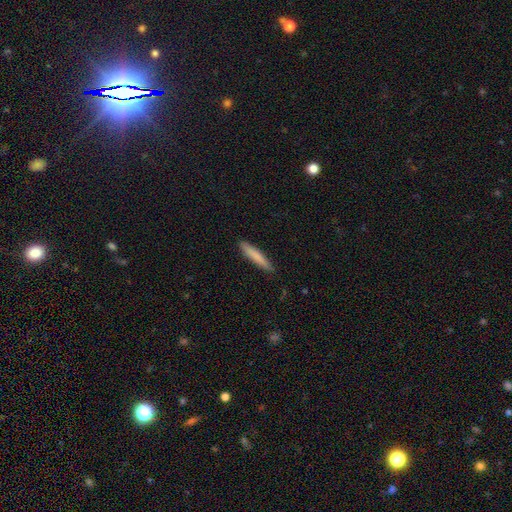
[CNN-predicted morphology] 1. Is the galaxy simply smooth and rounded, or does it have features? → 80% smooth, 15% featured or disk, 6% star or artifact.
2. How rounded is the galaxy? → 93% cigar-shaped, 6% in between, 1% round.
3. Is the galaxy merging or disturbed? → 89% none, 8% minor disturbance, 2% major disturbance, 1% merger.